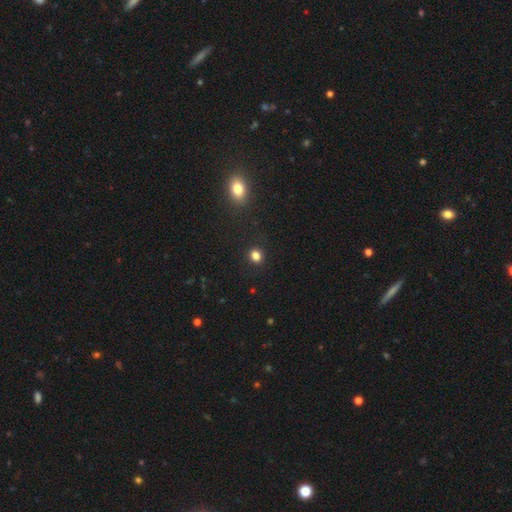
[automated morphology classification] smooth-or-featured: smooth: 82% | star or artifact: 13% | featured or disk: 4%
  how-rounded: round: 77% | in between: 22% | cigar-shaped: 1%
  merging: none: 90% | minor disturbance: 6% | major disturbance: 2% | merger: 2%